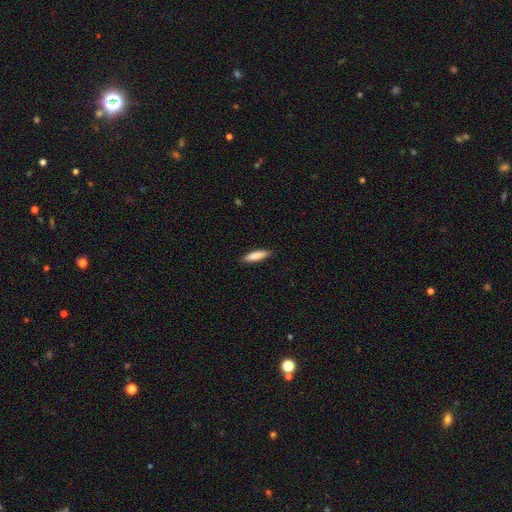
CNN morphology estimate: smooth 83%, featured or disk 12%, star or artifact 5%. Down the decision tree: how rounded — cigar-shaped (71%); merging — none (89%).